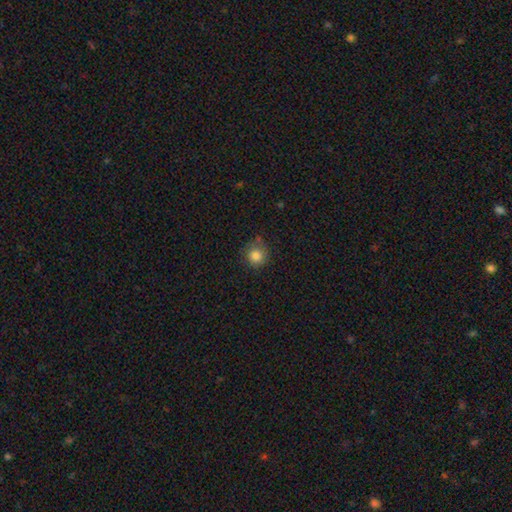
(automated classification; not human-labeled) The model was most divided on "merging": none: 75%, minor disturbance: 18%, major disturbance: 4%, merger: 3%. More confident: how rounded — round (93%); smooth or featured — smooth (83%).